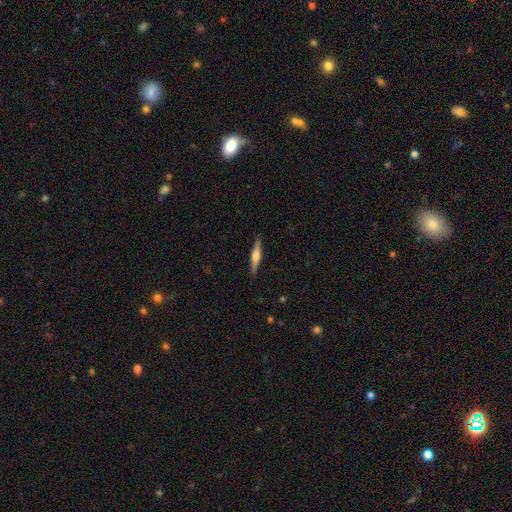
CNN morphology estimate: featured or disk 55%, smooth 39%, star or artifact 6%. Down the decision tree: edge-on disk — yes (97%); edge-on bulge — rounded (80%); merging — none (90%).